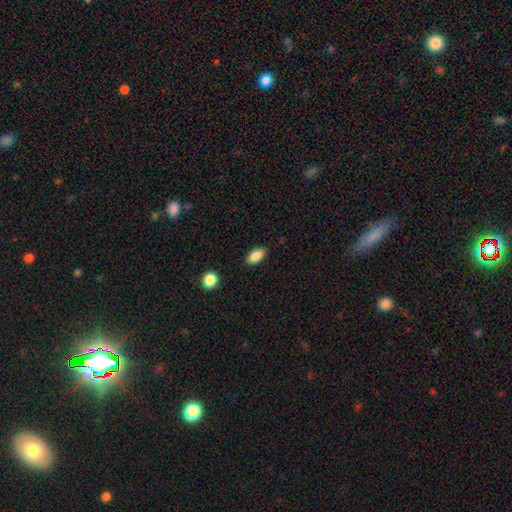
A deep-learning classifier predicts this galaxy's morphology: A smooth galaxy with no disk features (87%) that is in between round and cigar-shaped (91%). Merging: none (87%).